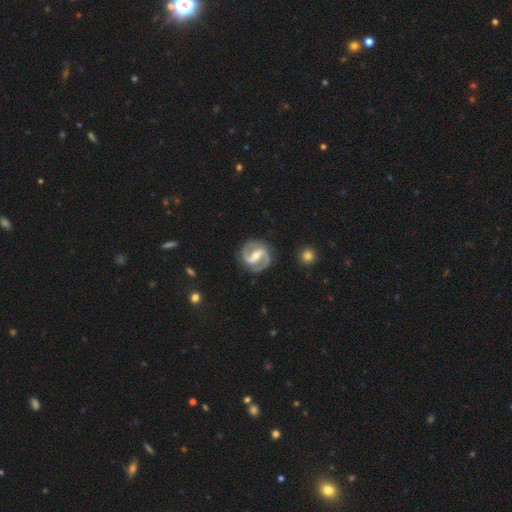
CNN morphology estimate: Smooth or featured? featured or disk (92%)
Edge-on disk? no (98%)
Bar? strong (61%)
Spiral arms? yes (97%)
Spiral winding? medium (57%)
Spiral arm count? 2 (94%)
Bulge size? moderate (52%)
Merging? none (87%)